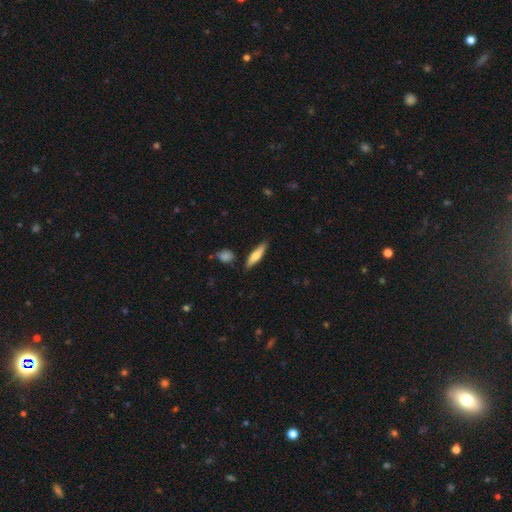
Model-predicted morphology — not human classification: Smooth or featured? Predicted: smooth (p=0.66). How rounded? Predicted: cigar-shaped (p=0.73). Merging? Predicted: none (p=0.83).